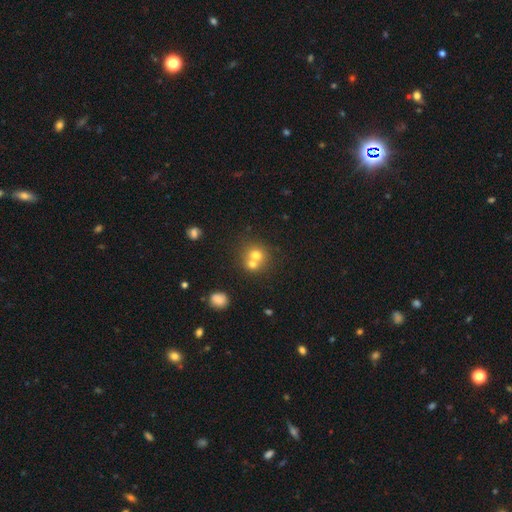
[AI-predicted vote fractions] smooth_or_featured: smooth (p=0.69) [alt: featured or disk p=0.18]
how_rounded: round (p=0.82) [alt: in between p=0.17]
merging: merger (p=0.52) [alt: none p=0.39]